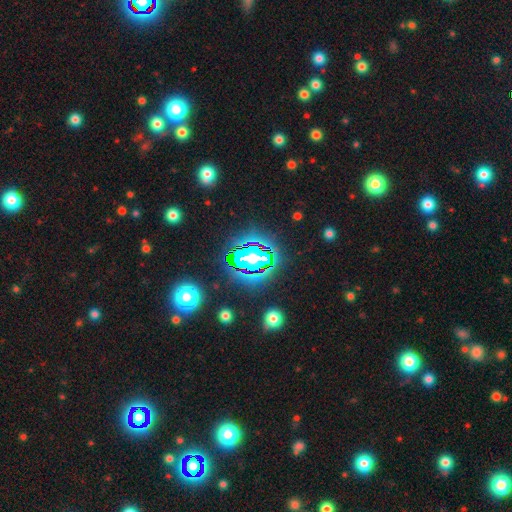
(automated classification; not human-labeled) Smooth or featured? Predicted: star or artifact (p=0.80).